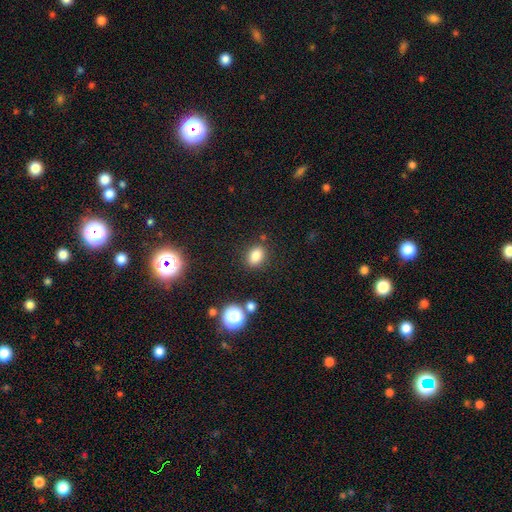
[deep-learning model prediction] This appears to be a smooth galaxy with no disk features (82%) that is in between round and cigar-shaped (67%). Merging: none (83%).